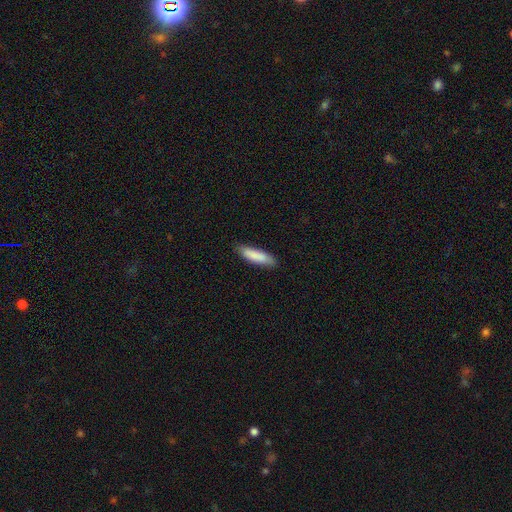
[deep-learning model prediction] Smooth or featured? Predicted: smooth (p=0.87). How rounded? Predicted: cigar-shaped (p=0.68). Merging? Predicted: none (p=0.85).